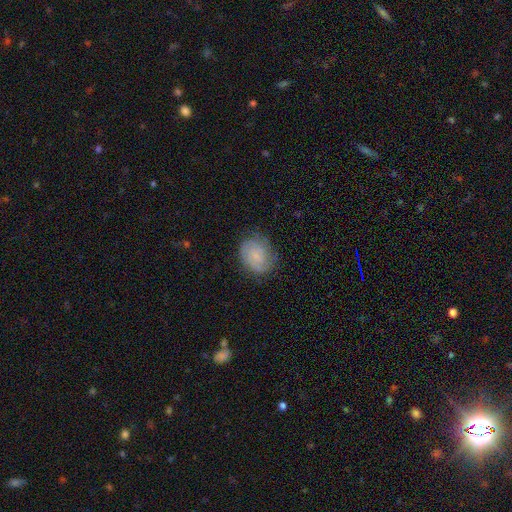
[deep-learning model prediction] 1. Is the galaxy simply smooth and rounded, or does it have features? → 54% featured or disk, 38% smooth, 9% star or artifact.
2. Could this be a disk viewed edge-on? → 98% no, 2% yes.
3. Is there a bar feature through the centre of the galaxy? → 70% no, 26% weak, 4% strong.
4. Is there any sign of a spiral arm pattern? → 91% yes, 9% no.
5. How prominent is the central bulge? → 60% small, 24% none, 13% moderate, 2% large, 1% dominant.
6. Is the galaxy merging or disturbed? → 75% none, 18% minor disturbance, 6% major disturbance, 1% merger.